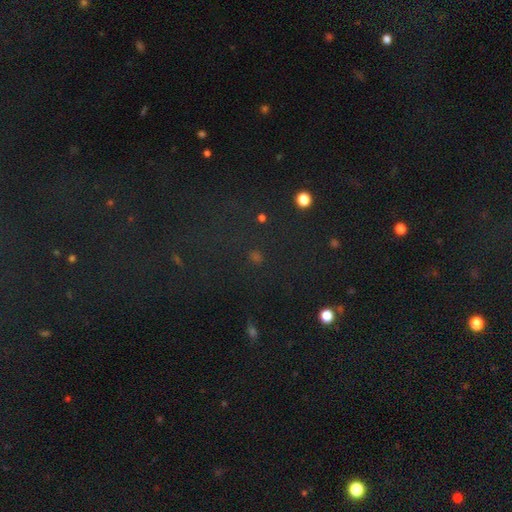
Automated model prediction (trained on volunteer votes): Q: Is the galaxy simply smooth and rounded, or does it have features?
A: star or artifact — 63%.